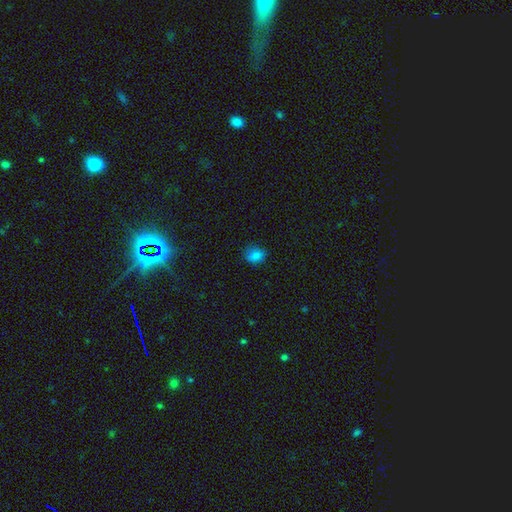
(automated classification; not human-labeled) A smooth galaxy with no disk features (82%) that is round (57%).

Vote fractions:
- Smooth or featured? smooth: 82% / star or artifact: 13% / featured or disk: 6%
- How rounded? round: 57% / in between: 42% / cigar-shaped: 1%
- Merging? none: 77% / minor disturbance: 18% / major disturbance: 4% / merger: 1%